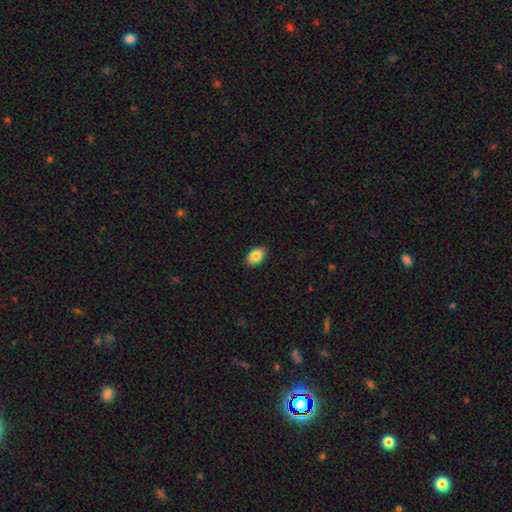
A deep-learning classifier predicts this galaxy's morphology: A smooth galaxy with no disk features (87%) that is in between round and cigar-shaped (87%). Merging: none (89%).